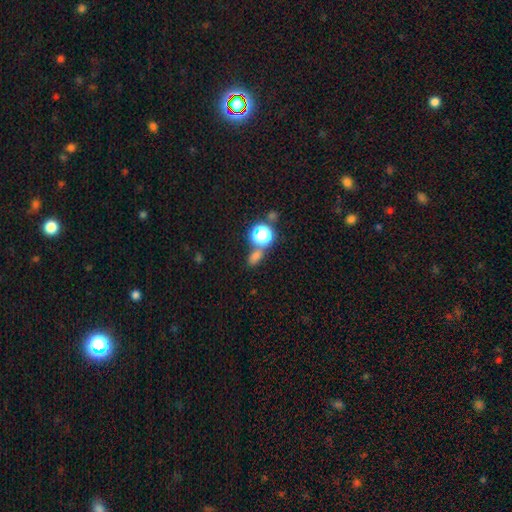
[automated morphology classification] smooth 62%, star or artifact 30%, featured or disk 7%. Down the decision tree: how rounded — in between (61%); merging — none (61%).